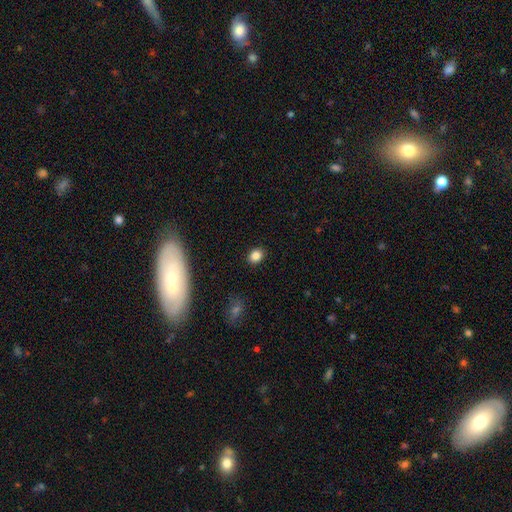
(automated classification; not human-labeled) Overall: smooth (84%). How rounded: round (56%; in between 43%). Merging: none (90%).